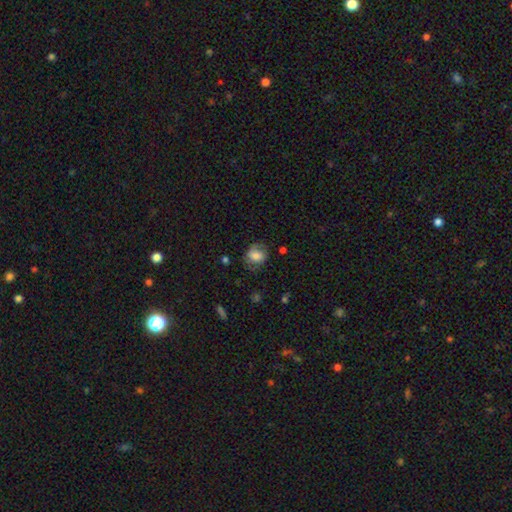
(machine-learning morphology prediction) The model was most divided on "how rounded": in between: 52%, round: 46%, cigar-shaped: 1%. More confident: smooth or featured — smooth (63%); merging — none (60%).